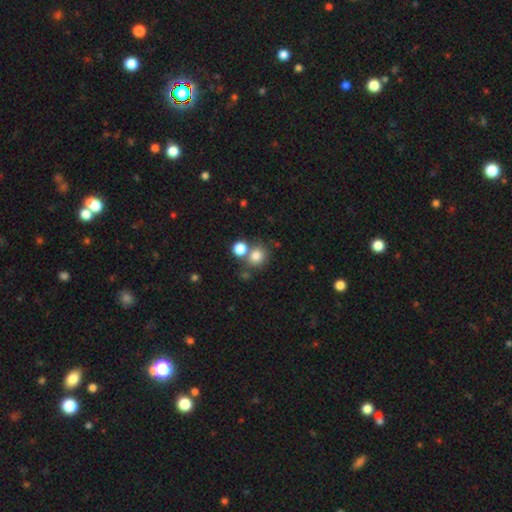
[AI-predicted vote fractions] Q: Smooth or featured?
A: smooth (79%); runner-up: star or artifact (14%)
Q: How rounded?
A: round (81%); runner-up: in between (18%)
Q: Merging?
A: none (62%); runner-up: merger (26%)